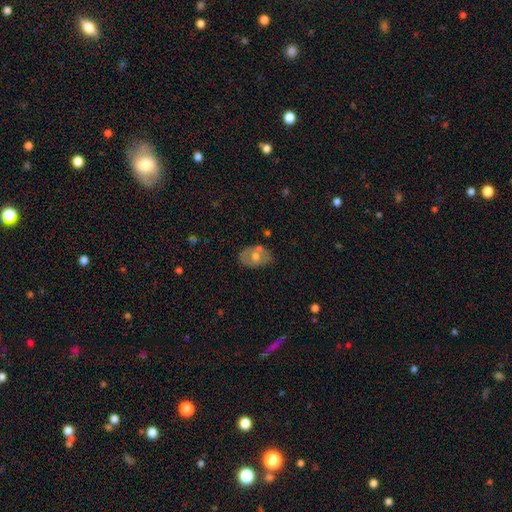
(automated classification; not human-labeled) This is possibly a featured or disk galaxy (46%). Merging: likely none (69%).